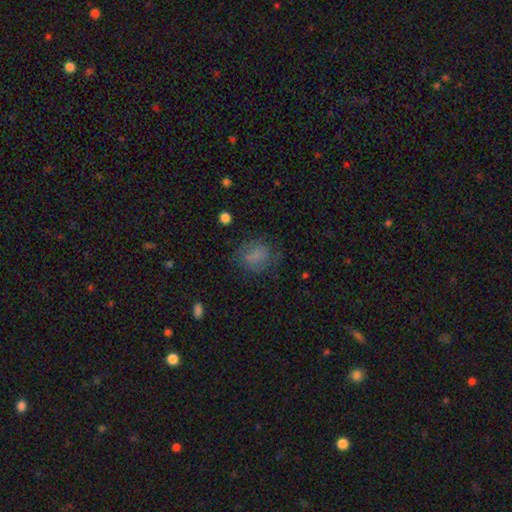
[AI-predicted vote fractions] smooth 69%, featured or disk 18%, star or artifact 13%. Down the decision tree: how rounded — round (60%); merging — none (68%).